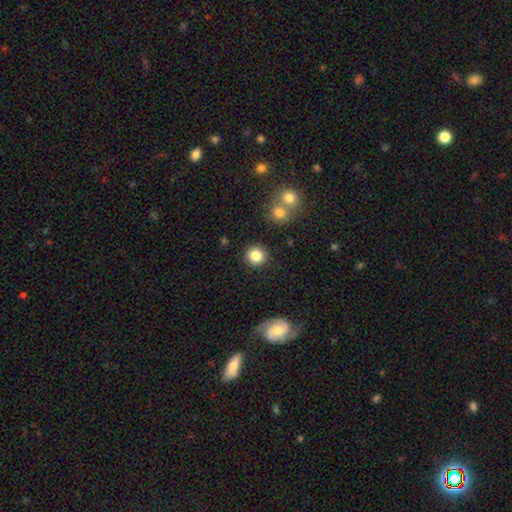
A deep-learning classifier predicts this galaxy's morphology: This is clearly a smooth galaxy (84%). How rounded: clearly round (92%). Merging: clearly none (88%).